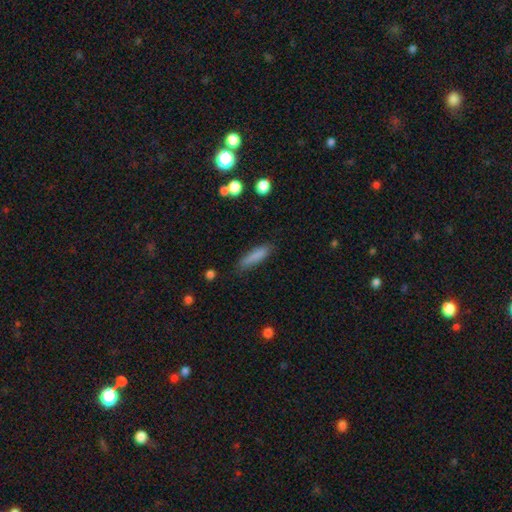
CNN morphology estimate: Smooth or featured? Predicted: smooth (p=0.83). How rounded? Predicted: cigar-shaped (p=0.72). Merging? Predicted: none (p=0.78).